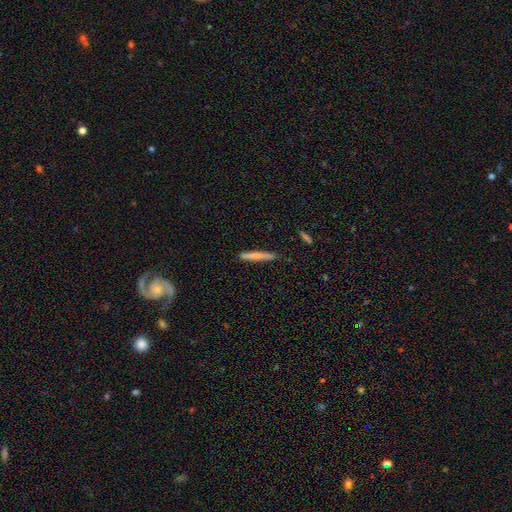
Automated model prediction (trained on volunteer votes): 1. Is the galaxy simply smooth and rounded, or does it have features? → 74% smooth, 20% featured or disk, 6% star or artifact.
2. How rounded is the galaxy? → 95% cigar-shaped, 4% in between, 1% round.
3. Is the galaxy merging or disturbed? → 86% none, 11% minor disturbance, 2% major disturbance, 2% merger.